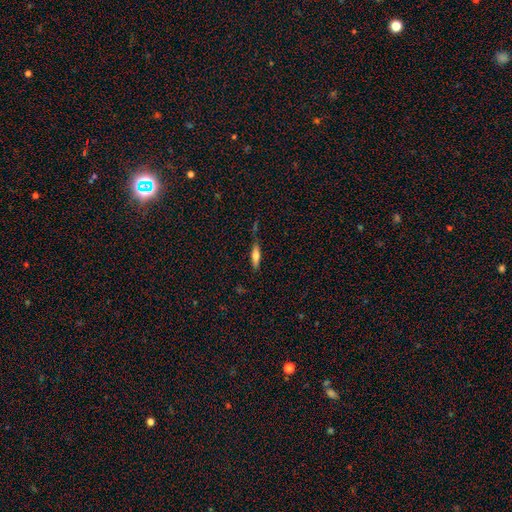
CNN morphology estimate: Smooth or featured?
  - smooth: 66% *
  - featured or disk: 26%
  - star or artifact: 8%
How rounded?
  - cigar-shaped: 64% *
  - in between: 34%
  - round: 2%
Merging?
  - none: 70% *
  - minor disturbance: 19%
  - merger: 5%
  - major disturbance: 5%